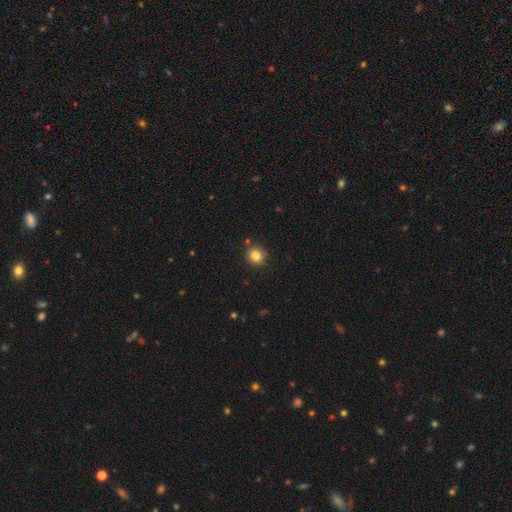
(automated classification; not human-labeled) smooth 83%, star or artifact 11%, featured or disk 6%. Down the decision tree: how rounded — round (89%); merging — none (87%).